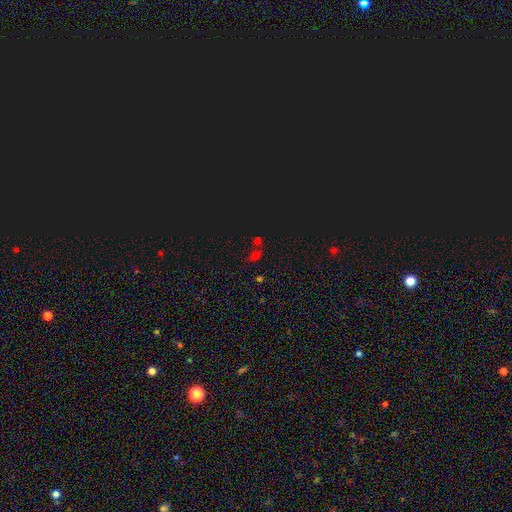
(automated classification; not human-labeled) This appears to be a star or artifact, not a galaxy (52%).